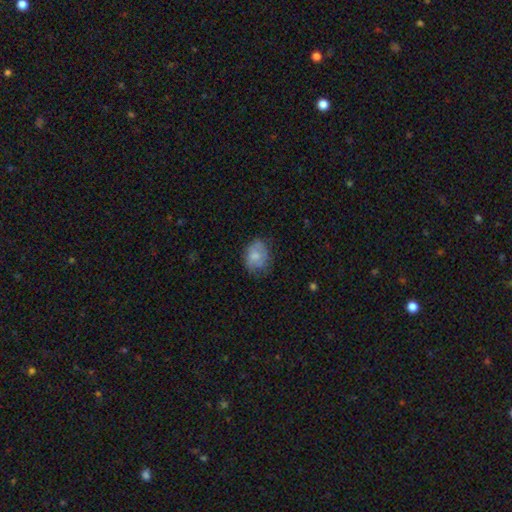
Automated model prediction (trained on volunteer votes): smooth 69%, featured or disk 23%, star or artifact 8%. Down the decision tree: how rounded — in between (66%); merging — none (60%).